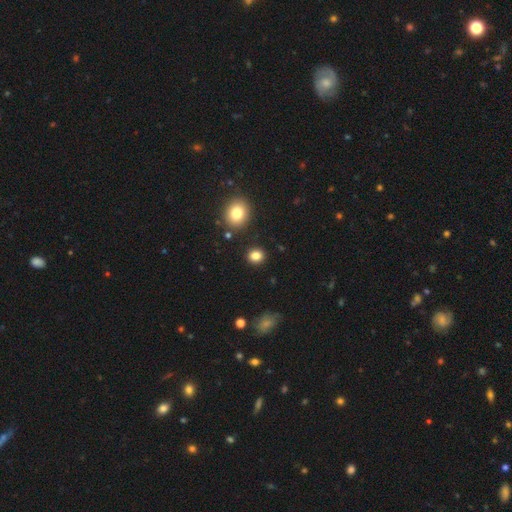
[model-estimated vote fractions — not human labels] A smooth galaxy with no disk features (83%) that is round (73%). Merging: none (89%).